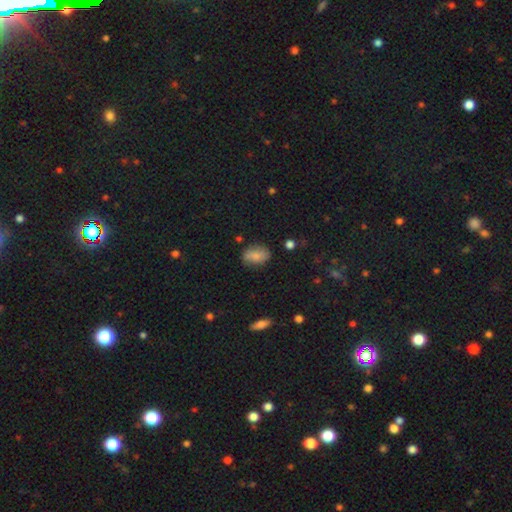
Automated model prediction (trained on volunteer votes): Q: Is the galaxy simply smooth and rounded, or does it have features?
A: smooth — 79%.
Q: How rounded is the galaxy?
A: in between — 85%.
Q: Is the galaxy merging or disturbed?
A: none — 75%.